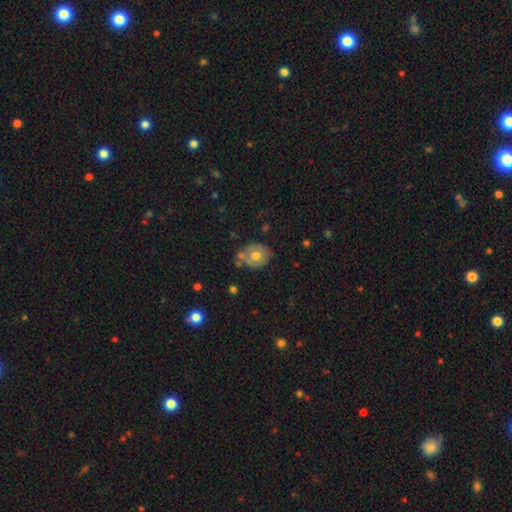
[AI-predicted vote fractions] smooth 58%, featured or disk 34%, star or artifact 8%. Down the decision tree: how rounded — round (58%); merging — none (54%).